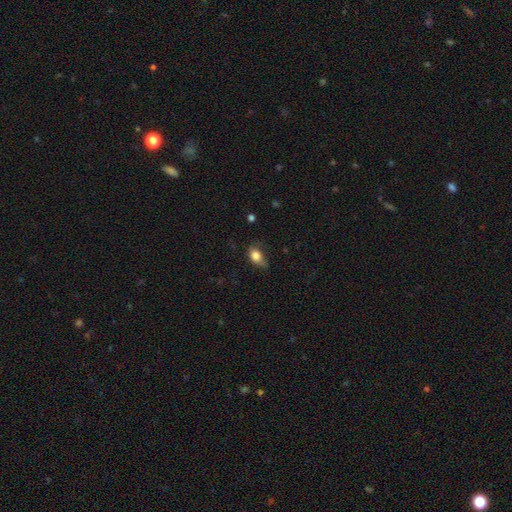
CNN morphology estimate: A smooth galaxy with no disk features (81%) that is in between round and cigar-shaped (71%). Merging: minor disturbance (40%).